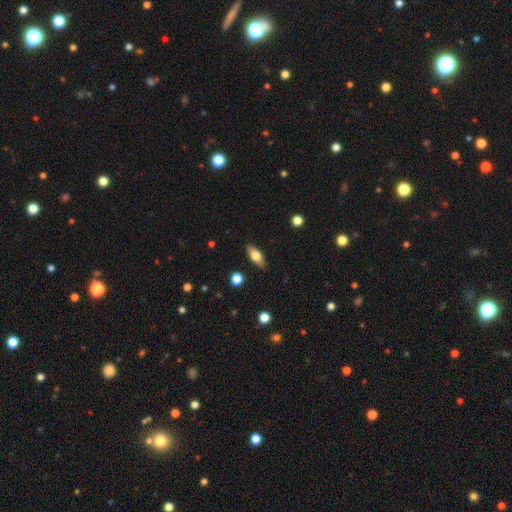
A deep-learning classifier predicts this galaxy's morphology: smooth_or_featured: smooth (p=0.61) [alt: featured or disk p=0.32]
how_rounded: in between (p=0.73) [alt: cigar-shaped p=0.23]
merging: none (p=0.87) [alt: minor disturbance p=0.10]